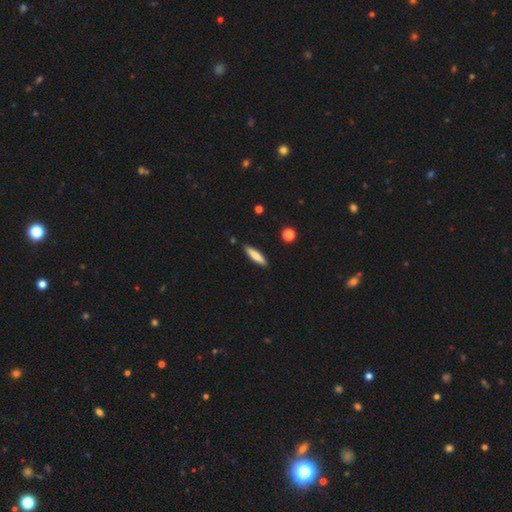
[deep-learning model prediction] Morphology: type=smooth (76%); roundness=cigar-shaped (81%); merging=none (88%).